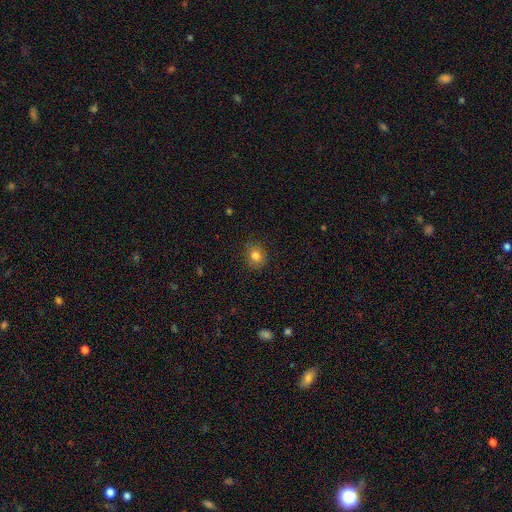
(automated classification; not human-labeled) smooth_or_featured: smooth (p=0.80) [alt: star or artifact p=0.12]
how_rounded: round (p=0.77) [alt: in between p=0.22]
merging: none (p=0.85) [alt: minor disturbance p=0.11]